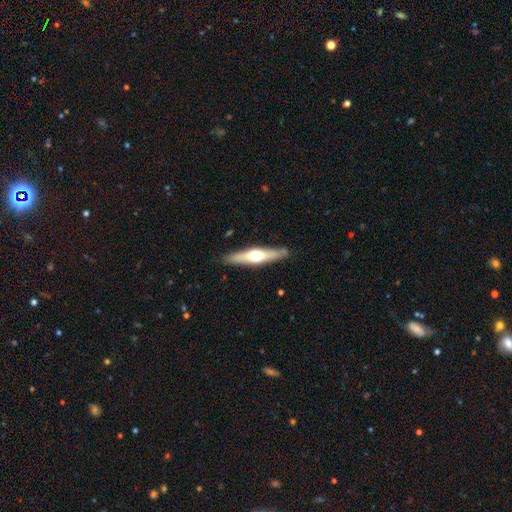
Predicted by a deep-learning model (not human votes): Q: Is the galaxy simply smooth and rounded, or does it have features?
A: featured or disk — 59%.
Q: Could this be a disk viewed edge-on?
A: yes — 95%.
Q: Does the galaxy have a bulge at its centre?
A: rounded — 93%.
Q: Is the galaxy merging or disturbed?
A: none — 86%.